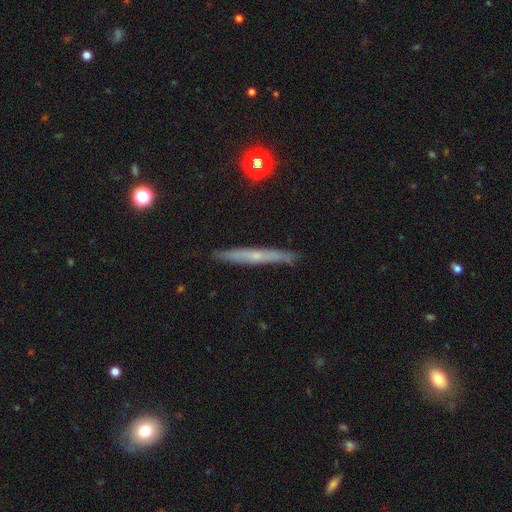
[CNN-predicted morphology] Smooth or featured: featured or disk — 54% (smooth — 38%)
Edge-on disk: yes — 93% (no — 7%)
Edge-on bulge: none — 54% (rounded — 42%)
Merging: none — 88% (minor disturbance — 9%)